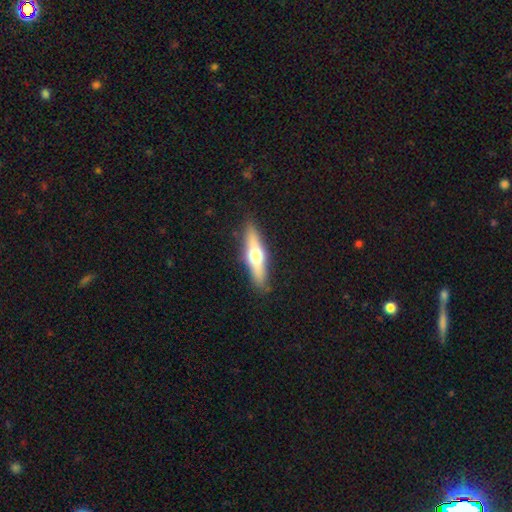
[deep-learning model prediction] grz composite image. It shows a featured or disk galaxy (54%) viewed edge-on (91%). Merging: none (88%).